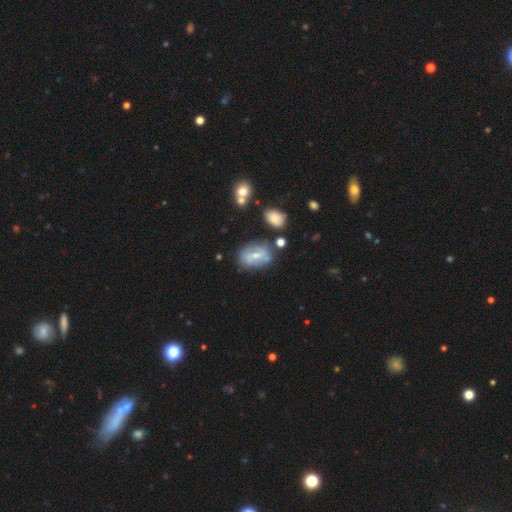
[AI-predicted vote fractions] smooth-or-featured: featured or disk: 55% | smooth: 35% | star or artifact: 9%
  disk-edge-on: no: 94% | yes: 6%
    bar: weak: 43% | no: 36% | strong: 21%
    has-spiral-arms: yes: 54% | no: 46%
    bulge-size: small: 51% | moderate: 44% | none: 3% | large: 2% | dominant: 1%
  merging: none: 62% | minor disturbance: 21% | merger: 9% | major disturbance: 8%